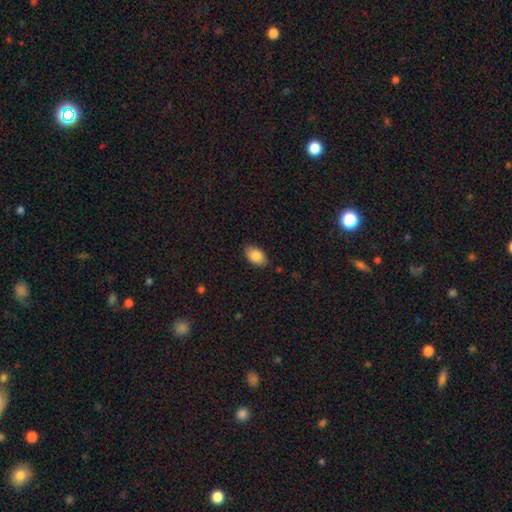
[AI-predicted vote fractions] Smooth or featured?
  - smooth: 87% *
  - star or artifact: 7%
  - featured or disk: 6%
How rounded?
  - in between: 92% *
  - round: 7%
  - cigar-shaped: 2%
Merging?
  - none: 83% *
  - minor disturbance: 13%
  - major disturbance: 3%
  - merger: 1%